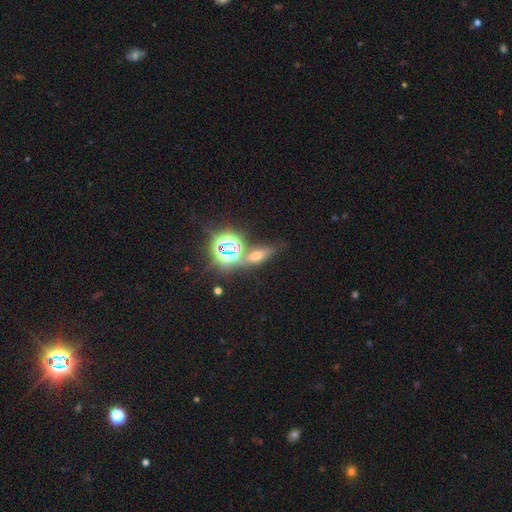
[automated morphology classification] This appears to be a star or artifact, not a galaxy (48%).